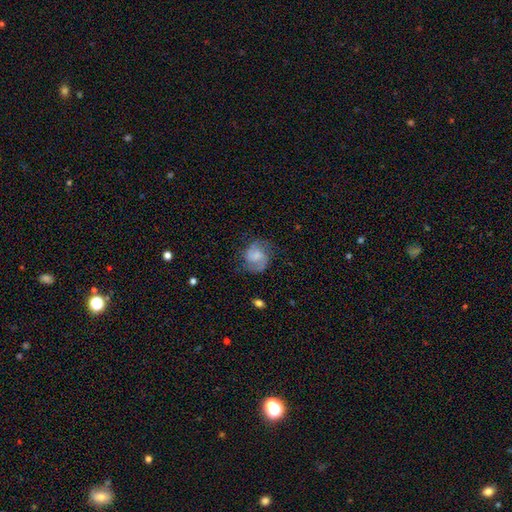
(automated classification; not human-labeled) Overall: featured or disk (65%; smooth 28%). Edge-on disk: no (98%). Bar: no (49%; weak 44%). Spiral arms: yes (92%). Spiral arm count: 2 (86%). Spiral winding: medium (52%; loose 25%). Bulge size: small (37%; moderate 30%). Merging: none (70%).